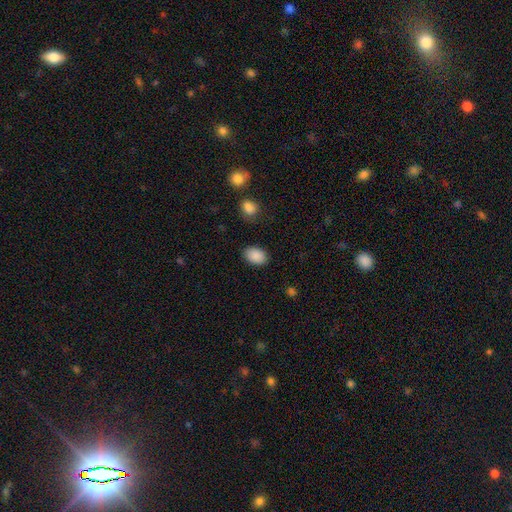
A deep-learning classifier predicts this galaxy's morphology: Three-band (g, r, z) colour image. It shows a smooth galaxy with no disk features (89%) that is in between round and cigar-shaped (85%). Merging: none (85%).